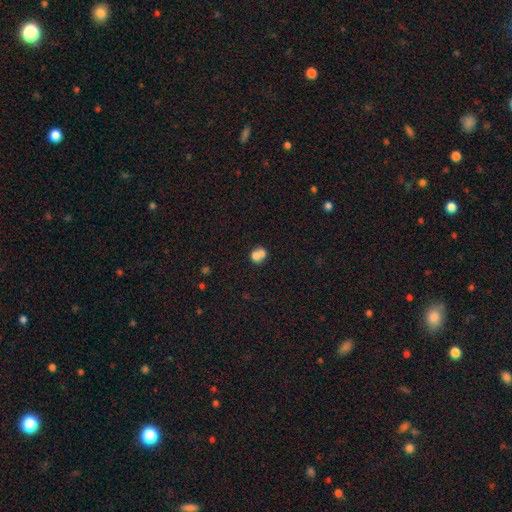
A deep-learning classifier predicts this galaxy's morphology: smooth-or-featured: smooth: 70% | featured or disk: 18% | star or artifact: 11%
  how-rounded: round: 64% | in between: 35% | cigar-shaped: 1%
  merging: merger: 62% | none: 26% | minor disturbance: 8% | major disturbance: 4%